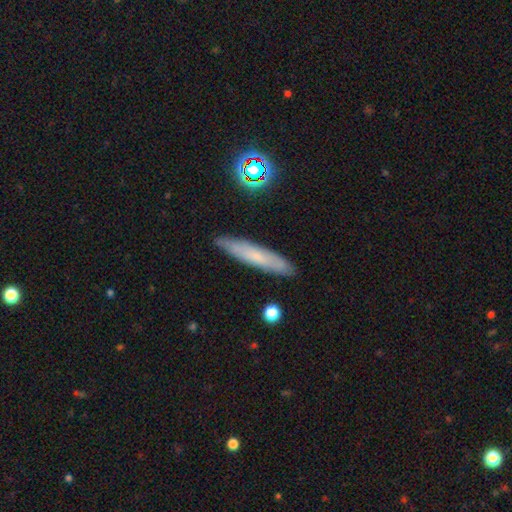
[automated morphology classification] type=smooth (59%); roundness=cigar-shaped (89%); merging=none (87%).